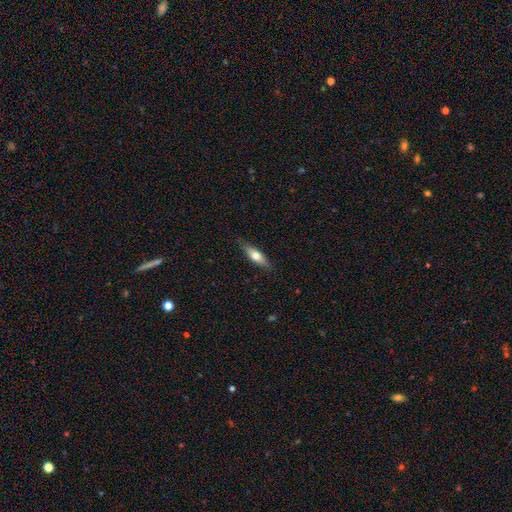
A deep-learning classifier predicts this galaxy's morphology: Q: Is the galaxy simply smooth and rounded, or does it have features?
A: smooth — 62%.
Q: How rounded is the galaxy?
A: cigar-shaped — 50%.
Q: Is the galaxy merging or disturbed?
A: none — 83%.